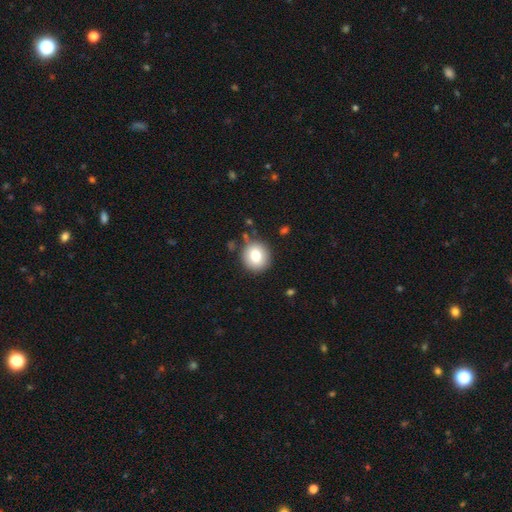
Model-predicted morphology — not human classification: Smooth or featured?
  - smooth: 78% *
  - featured or disk: 12%
  - star or artifact: 10%
How rounded?
  - round: 89% *
  - in between: 10%
  - cigar-shaped: 1%
Merging?
  - none: 85% *
  - minor disturbance: 9%
  - major disturbance: 3%
  - merger: 3%